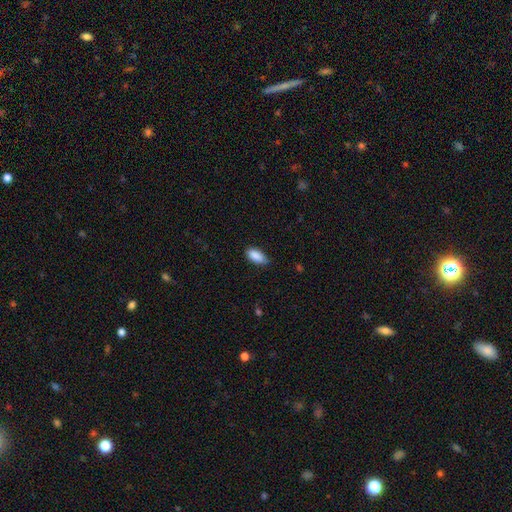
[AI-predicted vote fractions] Smooth or featured: smooth — 89% (star or artifact — 7%)
How rounded: in between — 90% (cigar-shaped — 8%)
Merging: none — 77% (minor disturbance — 20%)